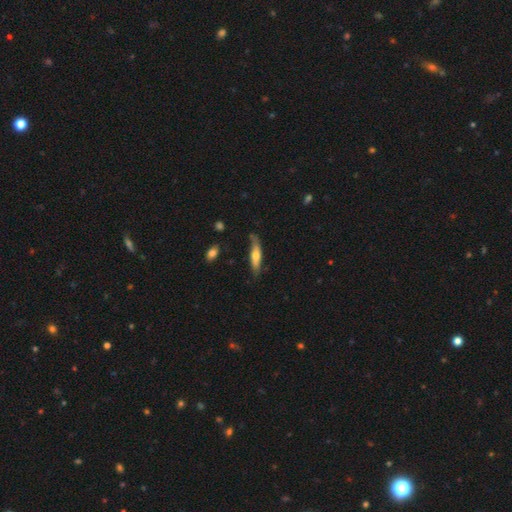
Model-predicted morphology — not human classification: This appears to be a smooth galaxy with no disk features (55%) that is cigar-shaped (73%). Merging: none (70%).